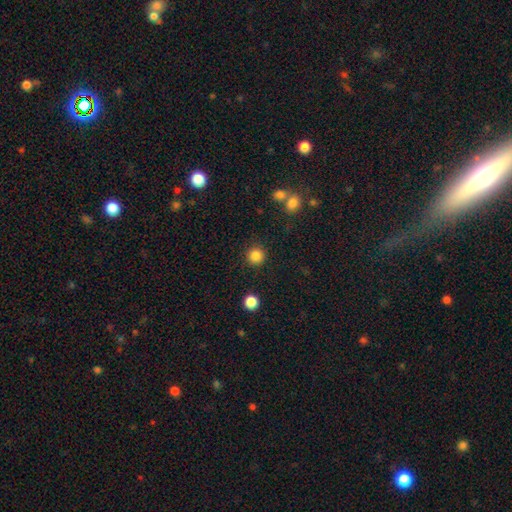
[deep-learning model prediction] A smooth galaxy with no disk features (85%) that is round (94%).

Vote fractions:
- Smooth or featured? smooth: 85% / star or artifact: 11% / featured or disk: 3%
- How rounded? round: 94% / in between: 5% / cigar-shaped: 1%
- Merging? none: 90% / minor disturbance: 6% / major disturbance: 2% / merger: 2%